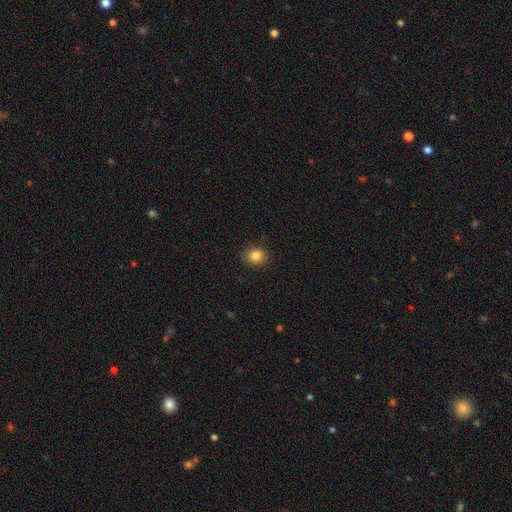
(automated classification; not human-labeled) Overall: smooth (85%). How rounded: round (73%). Merging: none (87%).